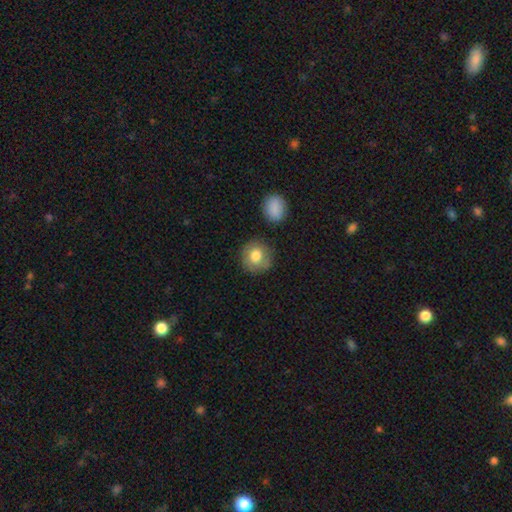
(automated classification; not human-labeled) smooth_or_featured: smooth (p=0.77) [alt: featured or disk p=0.15]
how_rounded: round (p=0.89) [alt: in between p=0.10]
merging: none (p=0.80) [alt: minor disturbance p=0.12]